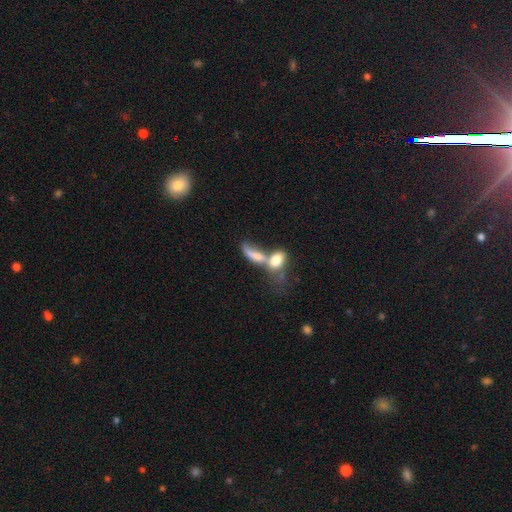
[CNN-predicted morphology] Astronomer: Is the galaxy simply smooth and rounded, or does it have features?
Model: smooth — 64%.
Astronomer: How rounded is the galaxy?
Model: in between — 69%.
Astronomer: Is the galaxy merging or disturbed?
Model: merger — 70%.